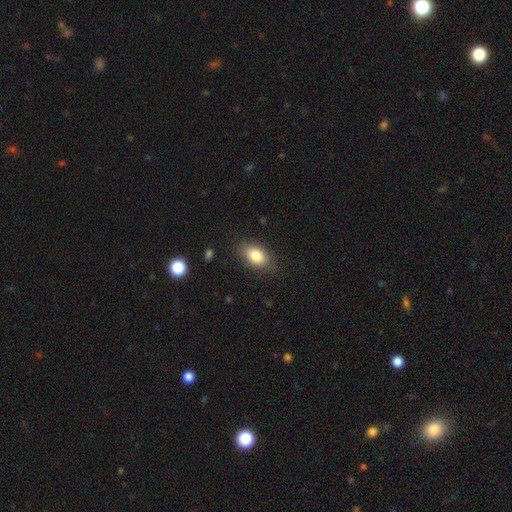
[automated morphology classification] Smooth or featured? smooth (84%)
How rounded? in between (88%)
Merging? none (83%)